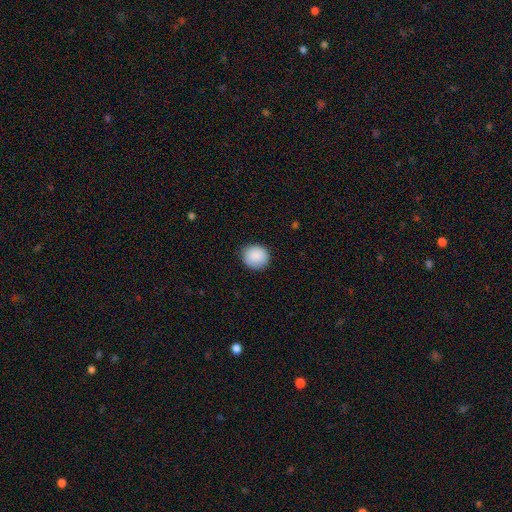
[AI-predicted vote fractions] Overall: smooth (90%). How rounded: round (90%). Merging: none (89%).